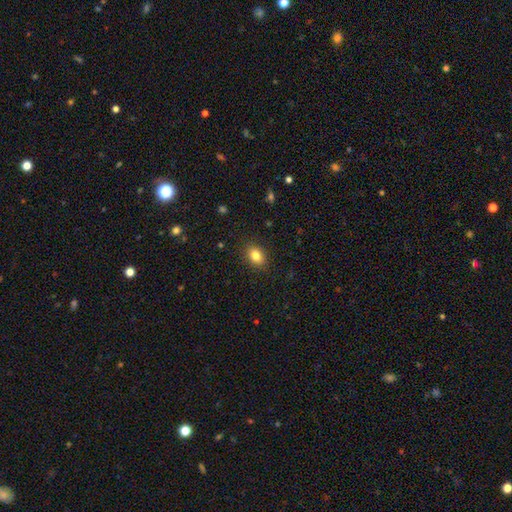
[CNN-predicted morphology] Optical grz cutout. It shows a smooth galaxy with no disk features (83%) that is in between round and cigar-shaped (68%). Merging: none (88%).